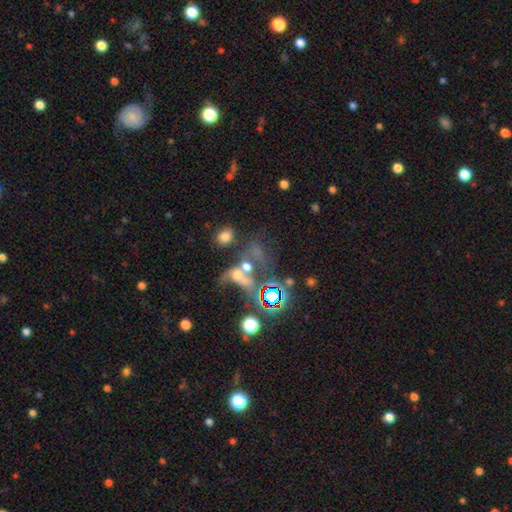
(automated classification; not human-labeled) Smooth or featured?
  - star or artifact: 50% *
  - smooth: 26%
  - featured or disk: 24%